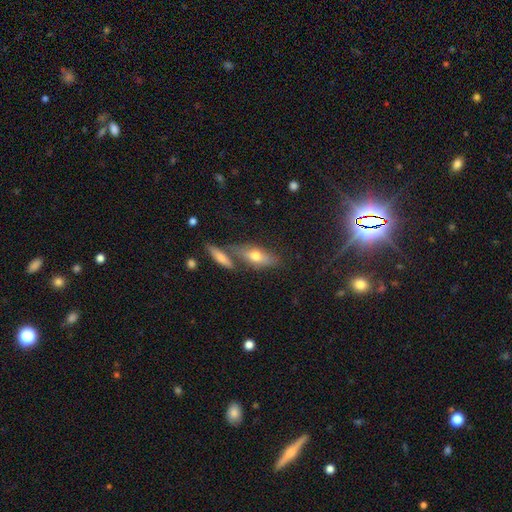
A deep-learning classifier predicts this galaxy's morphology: This appears to be a smooth galaxy with no disk features (65%) that is in between round and cigar-shaped (68%). Merging: none (58%).